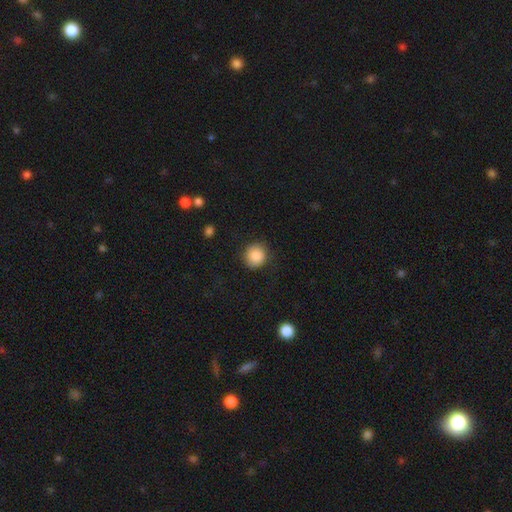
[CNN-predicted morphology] Smooth or featured? smooth (87%)
How rounded? round (89%)
Merging? none (86%)